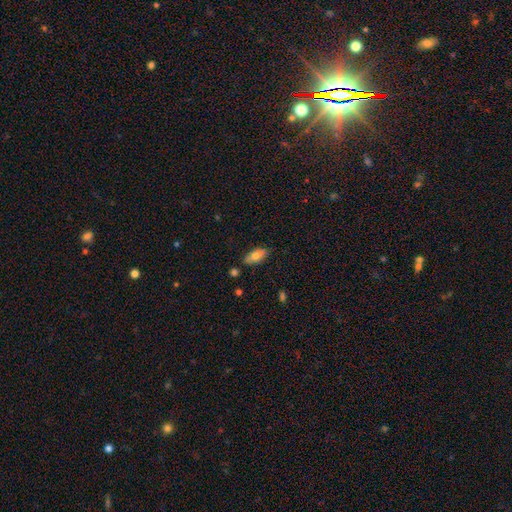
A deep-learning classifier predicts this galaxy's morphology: Smooth or featured? smooth (70%)
How rounded? in between (83%)
Merging? none (83%)